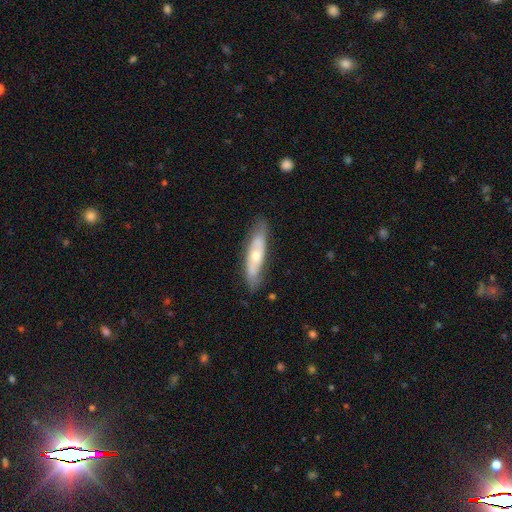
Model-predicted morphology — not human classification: The model was most divided on "smooth or featured": featured or disk: 51%, smooth: 43%, star or artifact: 6%. More confident: merging — none (79%); edge-on disk — no (58%).